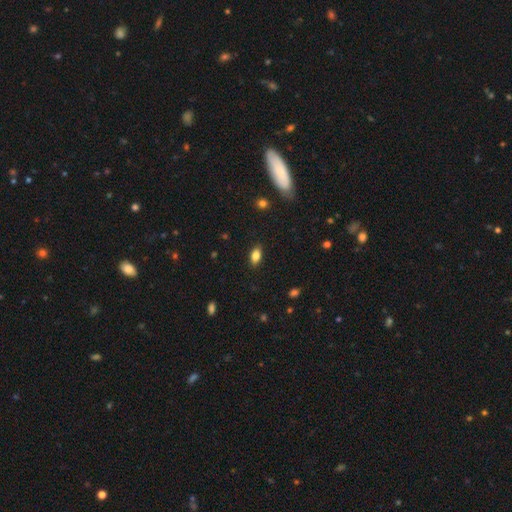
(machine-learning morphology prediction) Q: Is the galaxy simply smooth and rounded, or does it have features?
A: smooth — 82%.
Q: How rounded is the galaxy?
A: in between — 89%.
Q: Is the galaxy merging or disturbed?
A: none — 87%.